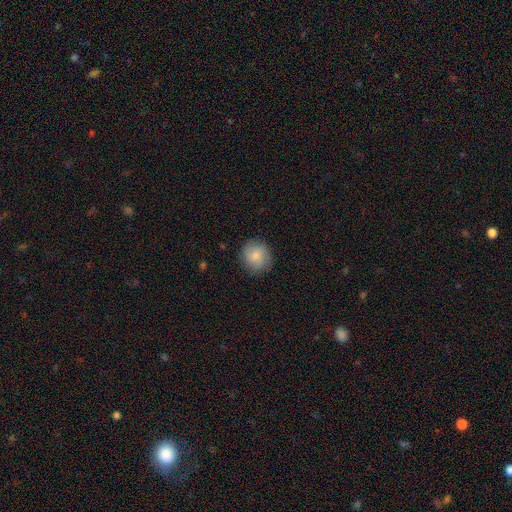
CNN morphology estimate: The model was most divided on "smooth or featured": smooth: 72%, featured or disk: 21%, star or artifact: 7%. More confident: how rounded — round (86%); merging — none (83%).